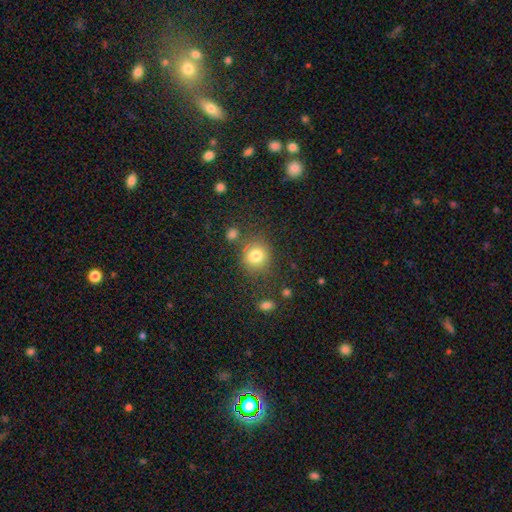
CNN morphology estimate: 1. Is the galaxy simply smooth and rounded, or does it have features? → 80% smooth, 12% star or artifact, 8% featured or disk.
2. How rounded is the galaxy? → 82% round, 17% in between, 1% cigar-shaped.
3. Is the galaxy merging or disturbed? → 75% none, 13% minor disturbance, 8% merger, 5% major disturbance.